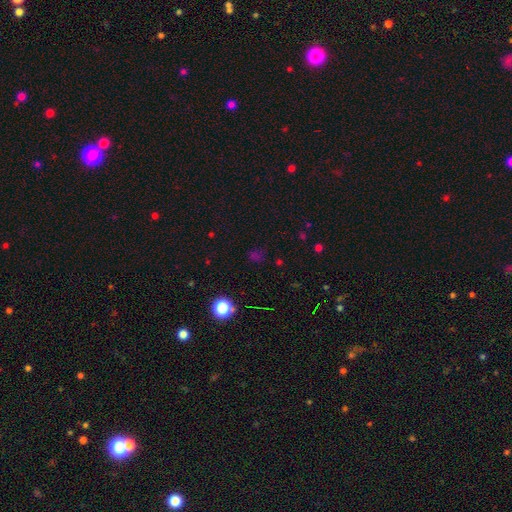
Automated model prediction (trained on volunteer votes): Smooth or featured?
  - star or artifact: 49% *
  - smooth: 44%
  - featured or disk: 7%